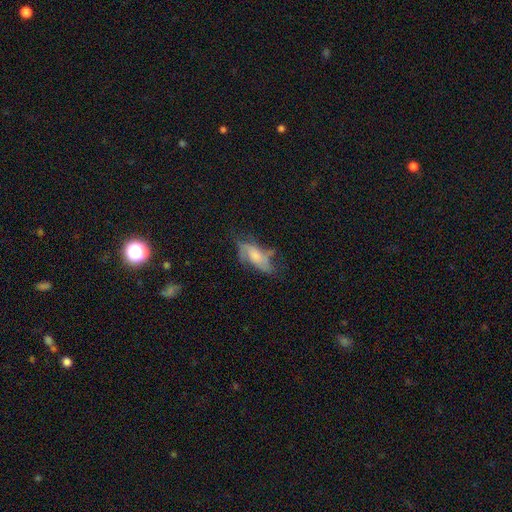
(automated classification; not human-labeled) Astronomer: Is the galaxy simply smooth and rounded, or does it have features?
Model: featured or disk — 49% (runner-up: smooth, 42%).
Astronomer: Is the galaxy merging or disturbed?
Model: none — 37% (runner-up: major disturbance, 29%).